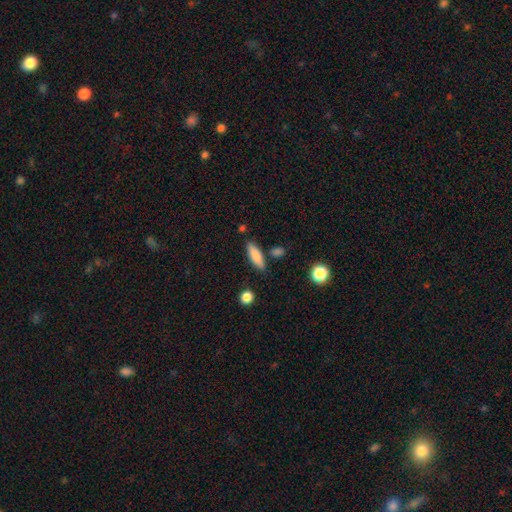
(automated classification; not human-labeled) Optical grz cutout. It shows a smooth galaxy with no disk features (83%) that is in between round and cigar-shaped (51%). Merging: none (81%).